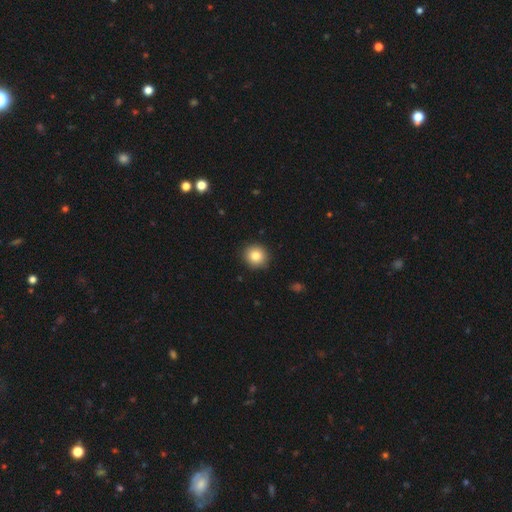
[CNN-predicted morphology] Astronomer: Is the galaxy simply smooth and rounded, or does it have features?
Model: smooth — 82%.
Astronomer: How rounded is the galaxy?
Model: round — 92%.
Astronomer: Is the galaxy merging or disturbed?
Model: none — 92%.